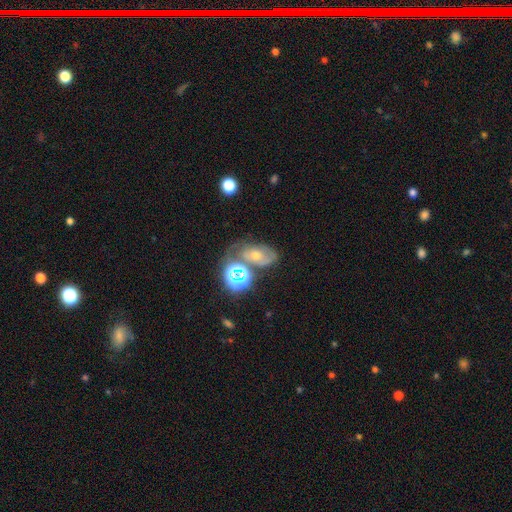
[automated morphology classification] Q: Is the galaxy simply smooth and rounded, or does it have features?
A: featured or disk — 47%.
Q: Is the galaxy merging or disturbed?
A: none — 50%.